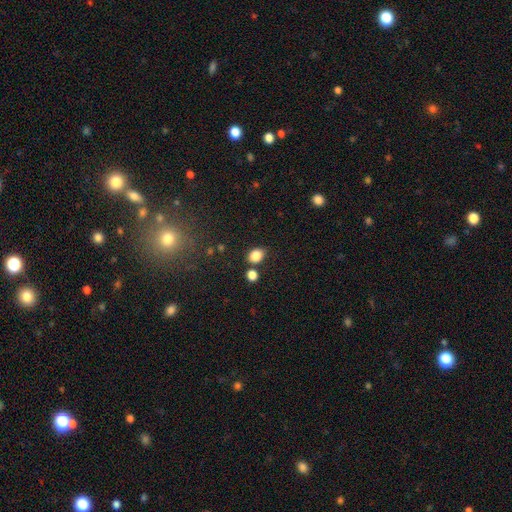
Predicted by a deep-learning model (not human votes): This appears to be a smooth galaxy with no disk features (85%) that is in between round and cigar-shaped (65%). Merging: none (74%).